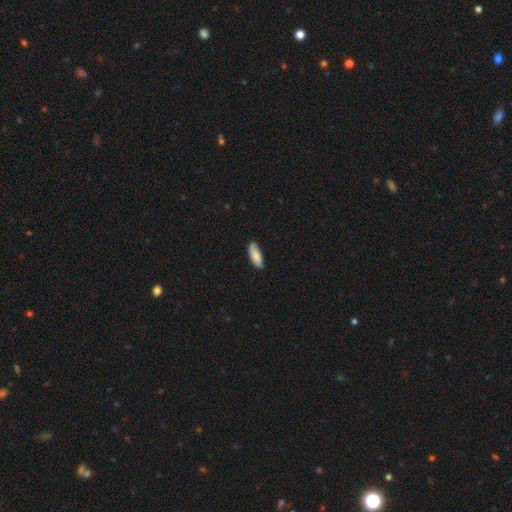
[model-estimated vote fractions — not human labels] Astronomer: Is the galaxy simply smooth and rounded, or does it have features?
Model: smooth — 84%.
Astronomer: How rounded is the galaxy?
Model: in between — 67%.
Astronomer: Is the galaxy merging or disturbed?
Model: none — 79%.